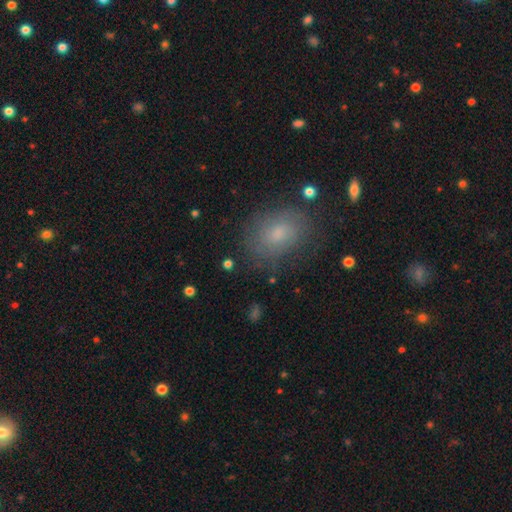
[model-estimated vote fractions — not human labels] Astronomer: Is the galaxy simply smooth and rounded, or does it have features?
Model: smooth — 56%.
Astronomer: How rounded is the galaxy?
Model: in between — 62%.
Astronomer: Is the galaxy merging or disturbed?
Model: none — 81%.